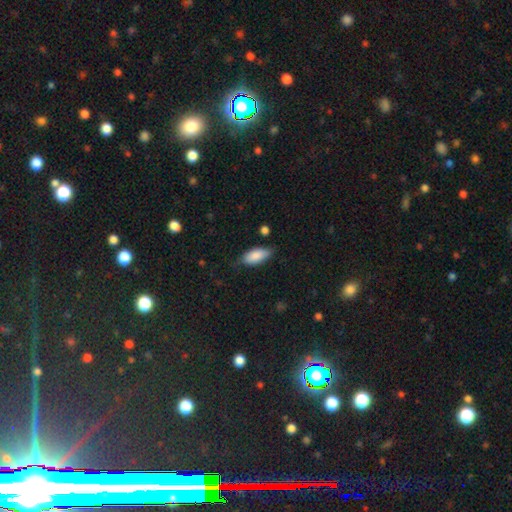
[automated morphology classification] Smooth or featured?
  - smooth: 85% *
  - featured or disk: 9%
  - star or artifact: 6%
How rounded?
  - in between: 87% *
  - cigar-shaped: 11%
  - round: 2%
Merging?
  - none: 71% *
  - minor disturbance: 22%
  - major disturbance: 4%
  - merger: 2%